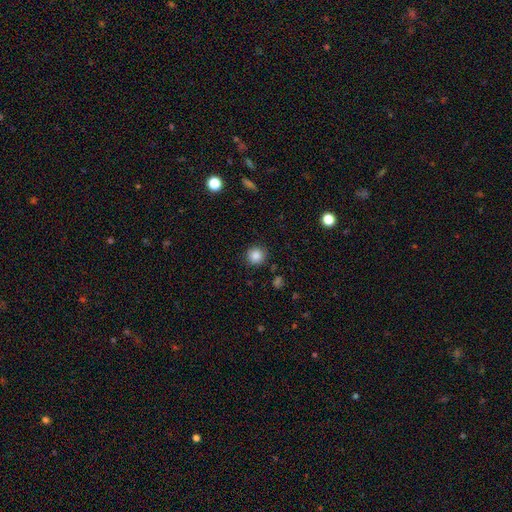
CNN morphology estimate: A smooth galaxy with no disk features (86%) that is round (93%).

Vote fractions:
- Smooth or featured? smooth: 86% / star or artifact: 10% / featured or disk: 4%
- How rounded? round: 93% / in between: 6% / cigar-shaped: 1%
- Merging? none: 89% / minor disturbance: 7% / major disturbance: 3% / merger: 1%